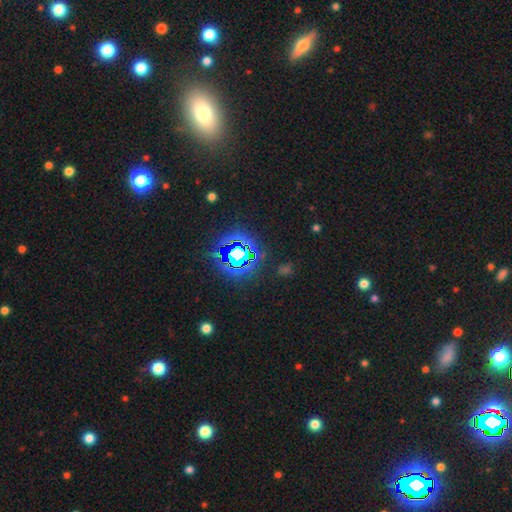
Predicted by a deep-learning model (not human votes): smooth_or_featured: star or artifact (p=0.64) [alt: smooth p=0.26]